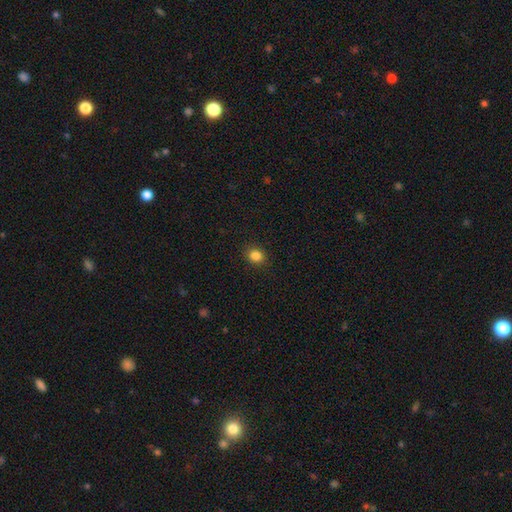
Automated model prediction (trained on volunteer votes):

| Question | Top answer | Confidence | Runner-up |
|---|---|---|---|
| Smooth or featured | smooth | 85% | star or artifact (11%) |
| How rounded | round | 63% | in between (36%) |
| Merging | none | 89% | minor disturbance (8%) |